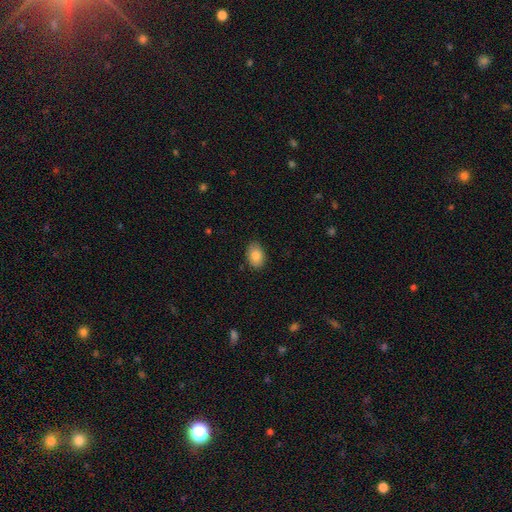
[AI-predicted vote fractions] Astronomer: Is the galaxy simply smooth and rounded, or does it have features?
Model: smooth — 85%.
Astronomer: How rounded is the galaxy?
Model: in between — 82%.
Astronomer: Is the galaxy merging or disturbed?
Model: none — 86%.